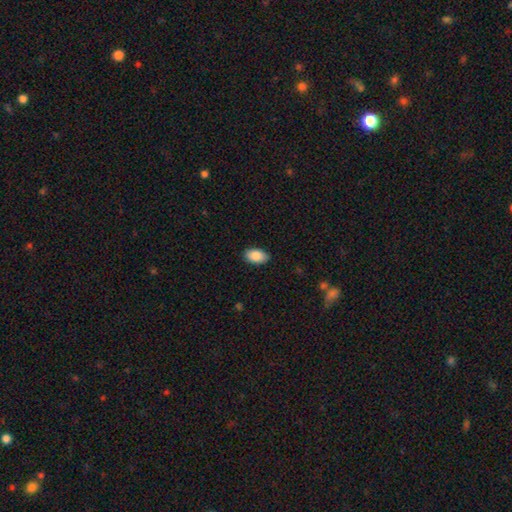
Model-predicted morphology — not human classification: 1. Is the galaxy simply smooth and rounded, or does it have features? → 88% smooth, 7% star or artifact, 6% featured or disk.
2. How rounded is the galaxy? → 93% in between, 6% round, 1% cigar-shaped.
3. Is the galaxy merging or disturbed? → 87% none, 10% minor disturbance, 2% major disturbance, 1% merger.